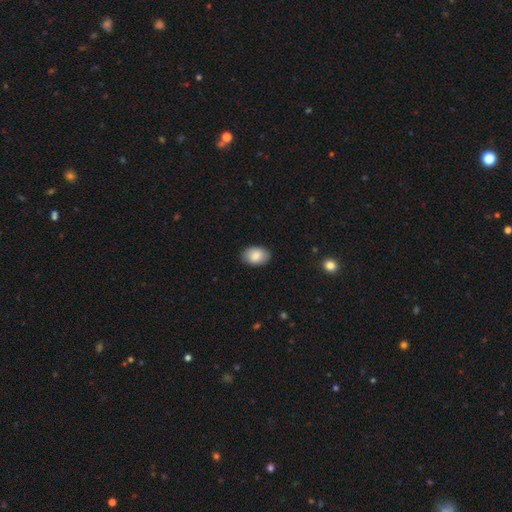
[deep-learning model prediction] Smooth or featured? smooth (85%)
How rounded? in between (87%)
Merging? none (87%)